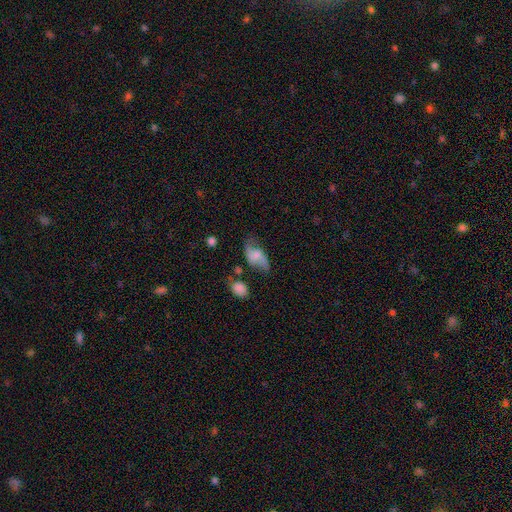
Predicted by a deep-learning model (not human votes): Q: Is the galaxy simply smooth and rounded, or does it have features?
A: featured or disk — 59%.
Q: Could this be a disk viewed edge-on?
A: no — 95%.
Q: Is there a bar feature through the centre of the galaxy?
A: no — 56%.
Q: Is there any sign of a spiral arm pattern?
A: yes — 87%.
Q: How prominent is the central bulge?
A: small — 40%.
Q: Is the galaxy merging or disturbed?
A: none — 54%.